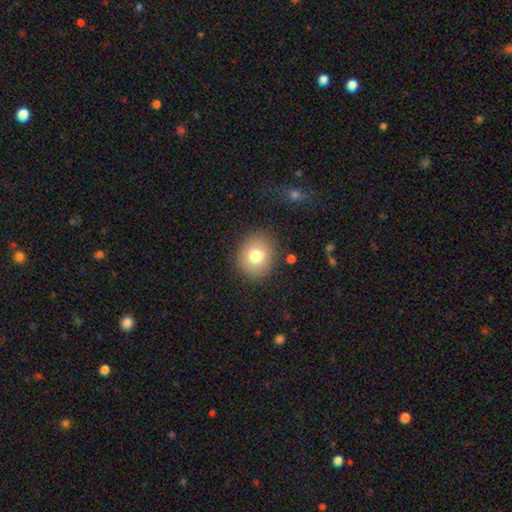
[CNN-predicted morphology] The model was most divided on "how rounded": round: 74%, in between: 25%, cigar-shaped: 1%. More confident: merging — none (86%); smooth or featured — smooth (76%).